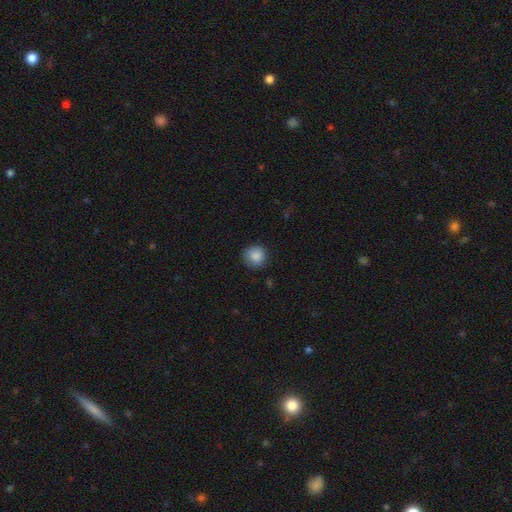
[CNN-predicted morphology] The model was most divided on "merging": none: 83%, minor disturbance: 13%, major disturbance: 3%, merger: 1%. More confident: how rounded — round (91%); smooth or featured — smooth (87%).